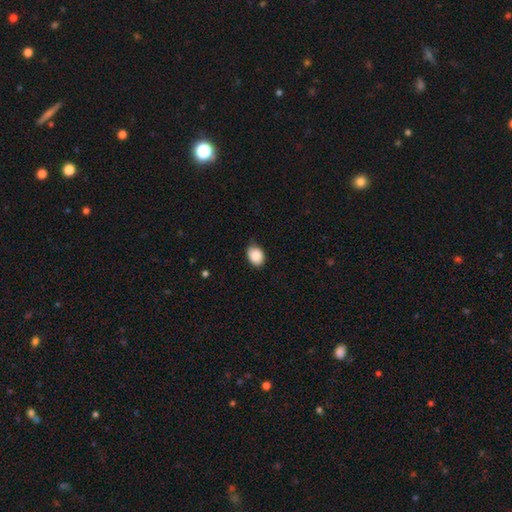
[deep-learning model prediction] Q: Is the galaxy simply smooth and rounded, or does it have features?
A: smooth — 87%.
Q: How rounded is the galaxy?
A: in between — 67%.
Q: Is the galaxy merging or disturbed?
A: none — 66%.